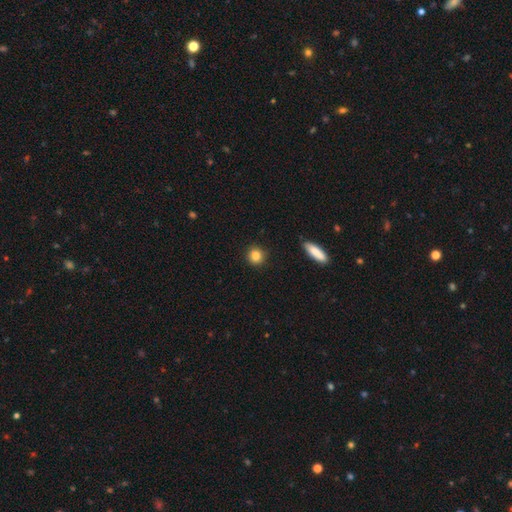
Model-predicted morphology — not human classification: A smooth galaxy with no disk features (85%) that is round (89%).

Vote fractions:
- Smooth or featured? smooth: 85% / star or artifact: 10% / featured or disk: 5%
- How rounded? round: 89% / in between: 9% / cigar-shaped: 2%
- Merging? none: 90% / minor disturbance: 7% / major disturbance: 2% / merger: 1%